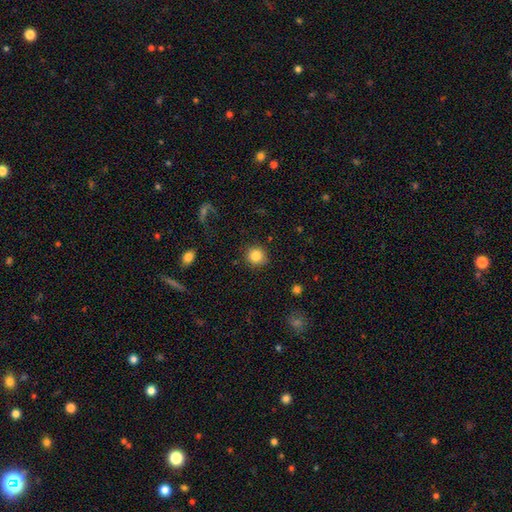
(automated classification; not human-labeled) The model was most divided on "smooth or featured": smooth: 85%, star or artifact: 10%, featured or disk: 5%. More confident: how rounded — round (92%); merging — none (86%).